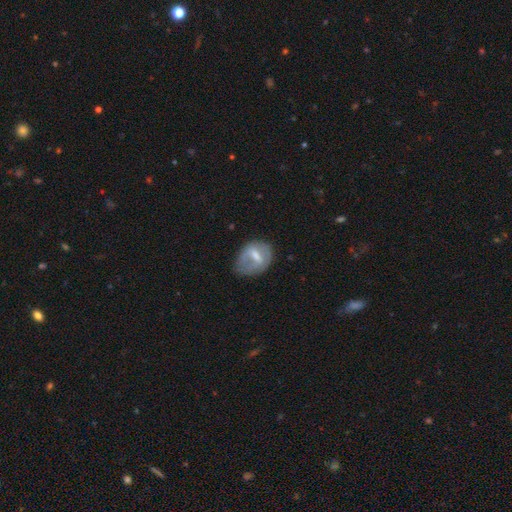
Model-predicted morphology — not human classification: A smooth galaxy with no disk features (48%).

Vote fractions:
- Smooth or featured? smooth: 48% / featured or disk: 45% / star or artifact: 7%
- Merging? none: 48% / minor disturbance: 30% / major disturbance: 19% / merger: 2%